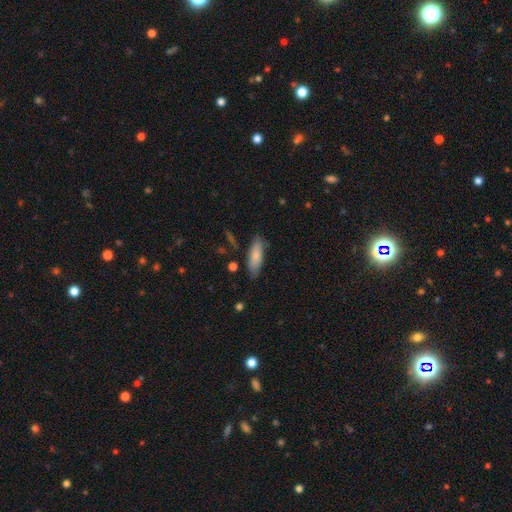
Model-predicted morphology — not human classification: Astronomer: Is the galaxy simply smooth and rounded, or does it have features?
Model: smooth — 80%.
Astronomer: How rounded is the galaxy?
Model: in between — 60% (runner-up: cigar-shaped, 38%).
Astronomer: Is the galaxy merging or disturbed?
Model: none — 79%.